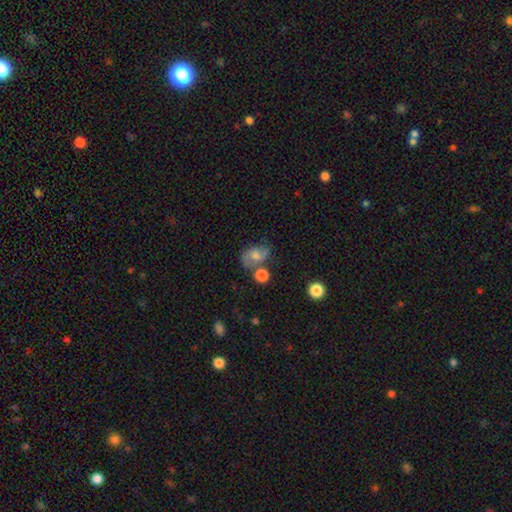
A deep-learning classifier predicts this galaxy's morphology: smooth-or-featured: smooth: 47% | featured or disk: 42% | star or artifact: 11%
  merging: none: 49% | minor disturbance: 22% | merger: 17% | major disturbance: 11%